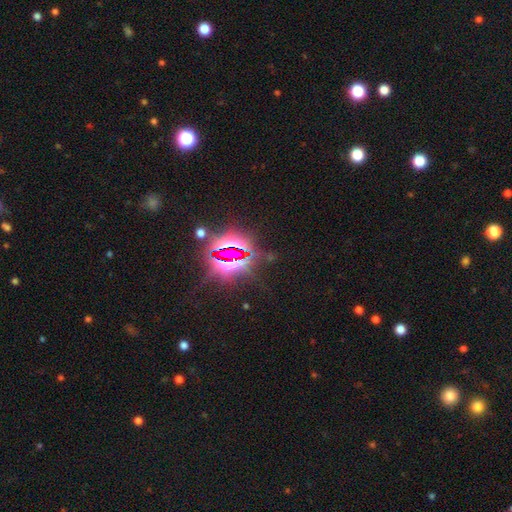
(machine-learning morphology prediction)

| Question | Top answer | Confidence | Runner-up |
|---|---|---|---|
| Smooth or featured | star or artifact | 82% | smooth (10%) |